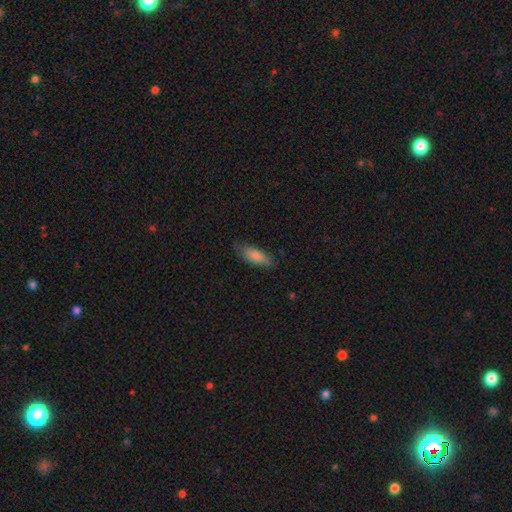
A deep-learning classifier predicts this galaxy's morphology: Smooth or featured? smooth (81%)
How rounded? in between (65%)
Merging? none (75%)